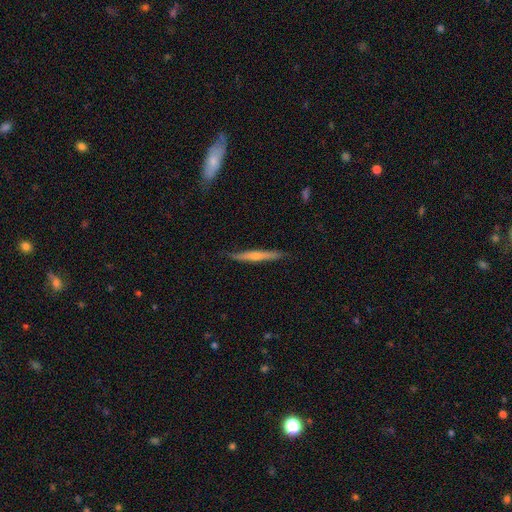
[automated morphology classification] Q: Smooth or featured?
A: featured or disk (65%); runner-up: smooth (27%)
Q: Edge-on disk?
A: yes (96%); runner-up: no (4%)
Q: Edge-on bulge?
A: rounded (71%); runner-up: none (22%)
Q: Merging?
A: none (88%); runner-up: minor disturbance (9%)